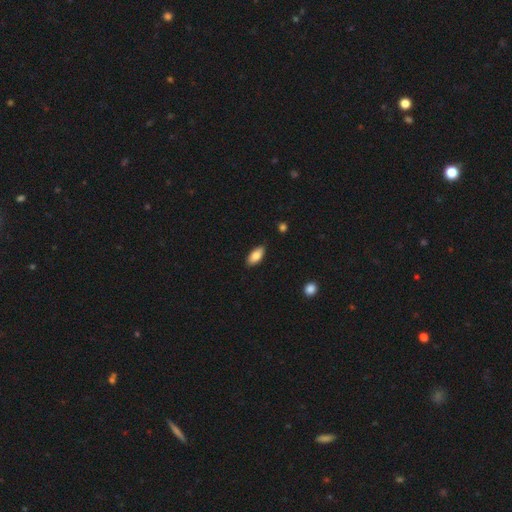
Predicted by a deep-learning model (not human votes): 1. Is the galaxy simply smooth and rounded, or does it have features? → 81% smooth, 12% featured or disk, 7% star or artifact.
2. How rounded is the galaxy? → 89% in between, 8% cigar-shaped, 3% round.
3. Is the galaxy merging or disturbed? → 86% none, 11% minor disturbance, 2% major disturbance, 1% merger.